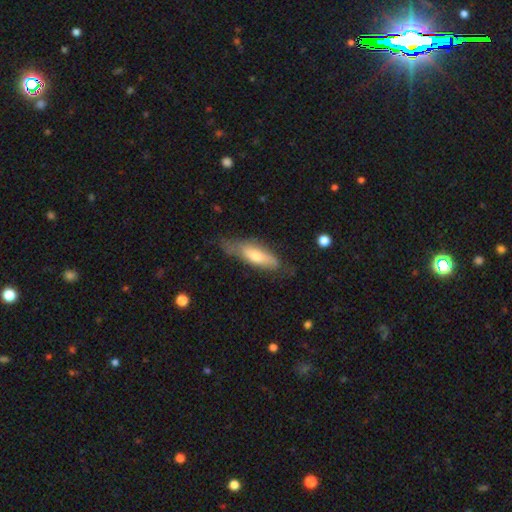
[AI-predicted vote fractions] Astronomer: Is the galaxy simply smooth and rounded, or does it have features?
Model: smooth — 61%.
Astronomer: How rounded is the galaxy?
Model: in between — 51% (runner-up: cigar-shaped, 47%).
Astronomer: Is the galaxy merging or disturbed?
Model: none — 56% (runner-up: minor disturbance, 32%).